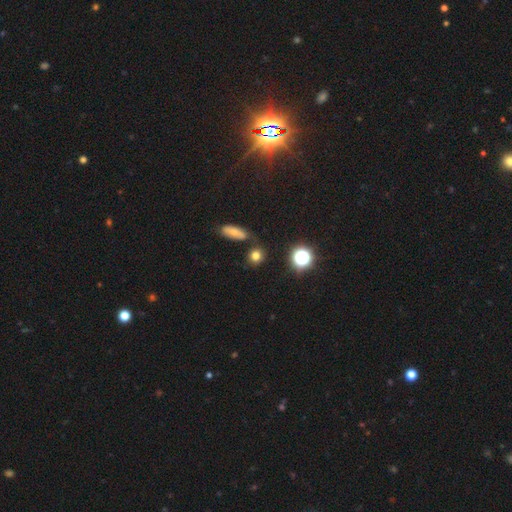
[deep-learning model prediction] smooth-or-featured: smooth: 74% | star or artifact: 19% | featured or disk: 7%
  how-rounded: round: 83% | in between: 15% | cigar-shaped: 2%
  merging: none: 77% | minor disturbance: 12% | merger: 8% | major disturbance: 4%